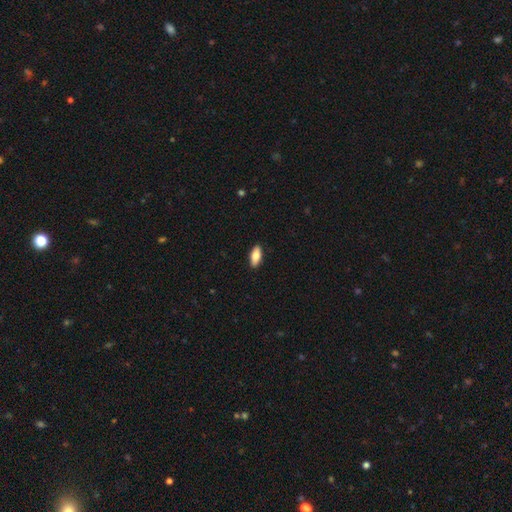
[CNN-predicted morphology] This appears to be a smooth galaxy with no disk features (80%) that is in between round and cigar-shaped (83%). Merging: none (90%).